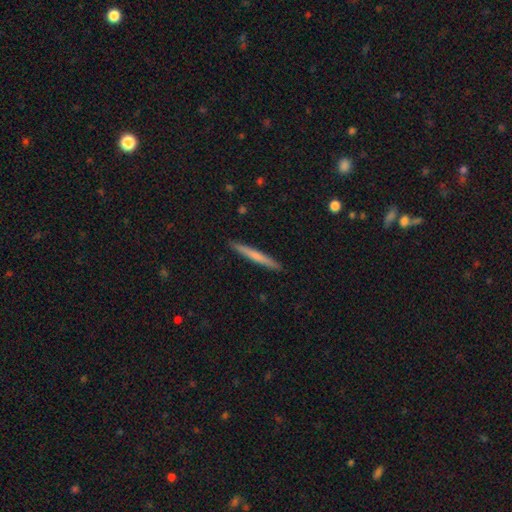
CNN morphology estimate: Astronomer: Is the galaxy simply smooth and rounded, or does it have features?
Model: smooth — 61%.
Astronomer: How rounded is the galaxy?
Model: cigar-shaped — 97%.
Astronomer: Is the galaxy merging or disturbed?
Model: none — 92%.